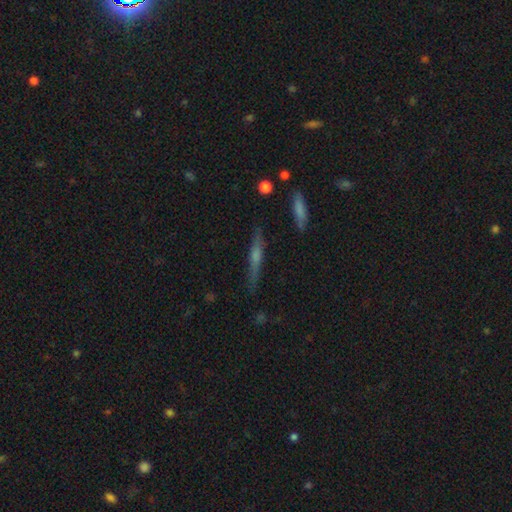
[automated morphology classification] Smooth or featured?
  - featured or disk: 60% *
  - smooth: 30%
  - star or artifact: 9%
Edge-on disk?
  - yes: 96% *
  - no: 4%
Edge-on bulge?
  - rounded: 68% *
  - none: 21%
  - boxy: 11%
Merging?
  - none: 85% *
  - minor disturbance: 11%
  - major disturbance: 2%
  - merger: 2%